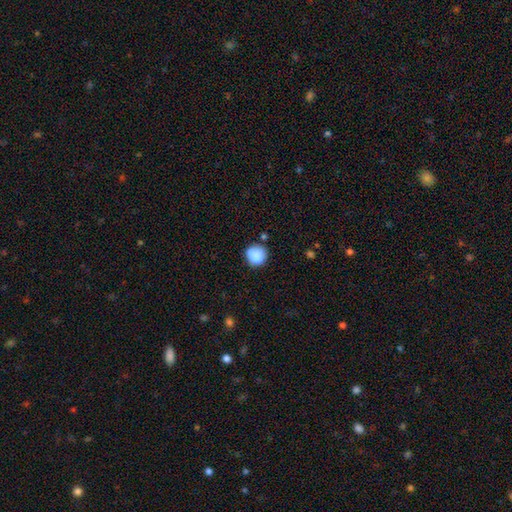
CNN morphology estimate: A smooth galaxy with no disk features (86%) that is round (89%). Merging: none (72%).